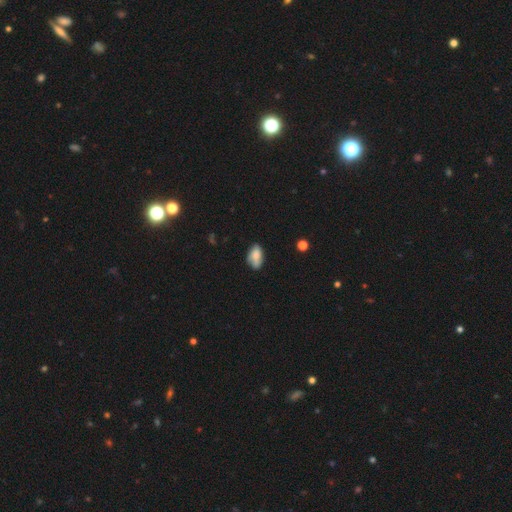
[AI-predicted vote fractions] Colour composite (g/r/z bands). It shows a smooth galaxy with no disk features (74%) that is in between round and cigar-shaped (91%). Merging: none (49%).